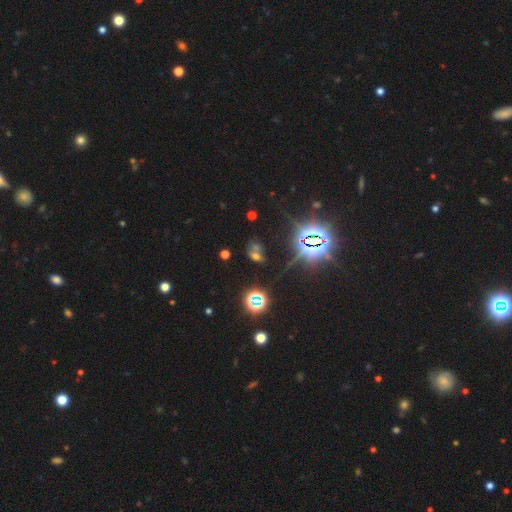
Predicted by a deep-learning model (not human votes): This is possibly a star or artifact rather than a galaxy (51%).